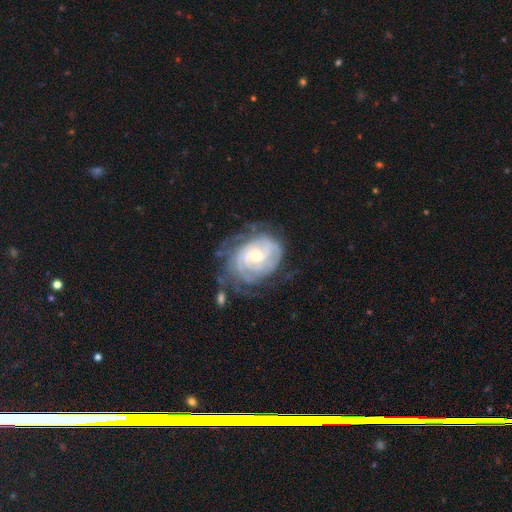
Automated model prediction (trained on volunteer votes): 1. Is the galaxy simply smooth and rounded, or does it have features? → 86% featured or disk, 9% smooth, 5% star or artifact.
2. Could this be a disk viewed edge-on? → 97% no, 3% yes.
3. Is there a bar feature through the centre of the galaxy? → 60% no, 33% weak, 7% strong.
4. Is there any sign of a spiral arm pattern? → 95% yes, 5% no.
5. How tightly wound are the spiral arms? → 73% tight, 22% medium, 5% loose.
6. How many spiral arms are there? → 41% can't tell, 20% 2, 15% 3, 12% 4, 6% more than 4, 5% 1.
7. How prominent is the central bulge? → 56% small, 40% moderate, 2% large, 1% none, 1% dominant.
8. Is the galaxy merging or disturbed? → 62% none, 22% minor disturbance, 13% major disturbance, 2% merger.